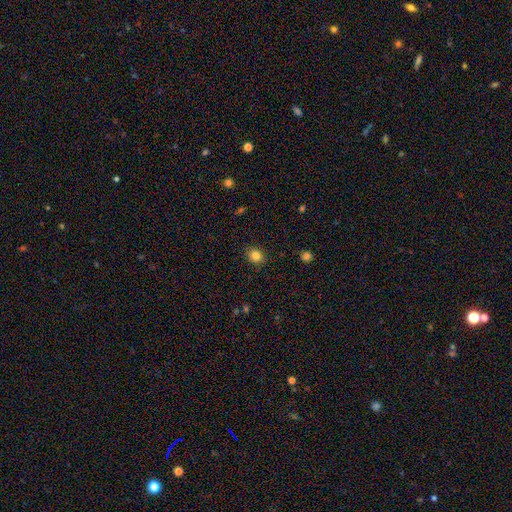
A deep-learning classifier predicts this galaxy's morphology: Overall: smooth (83%). How rounded: round (69%; in between 30%). Merging: none (89%).